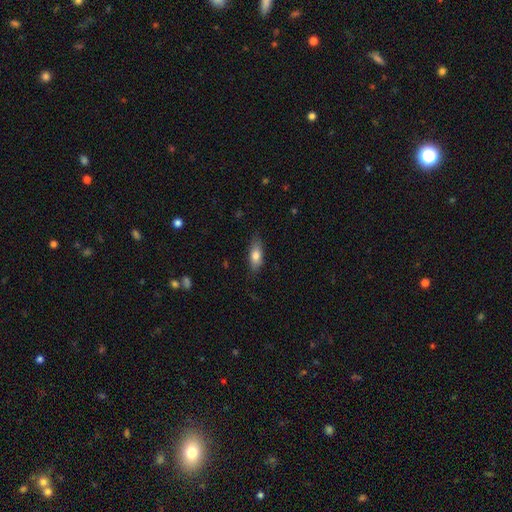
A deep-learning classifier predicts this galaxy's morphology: smooth_or_featured: smooth (p=0.75) [alt: featured or disk p=0.18]
how_rounded: in between (p=0.73) [alt: cigar-shaped p=0.24]
merging: none (p=0.78) [alt: minor disturbance p=0.18]